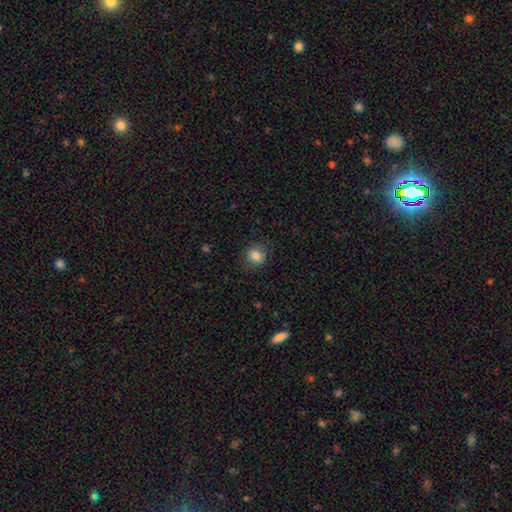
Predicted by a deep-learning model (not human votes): Overall: smooth (84%). How rounded: round (78%). Merging: none (82%).